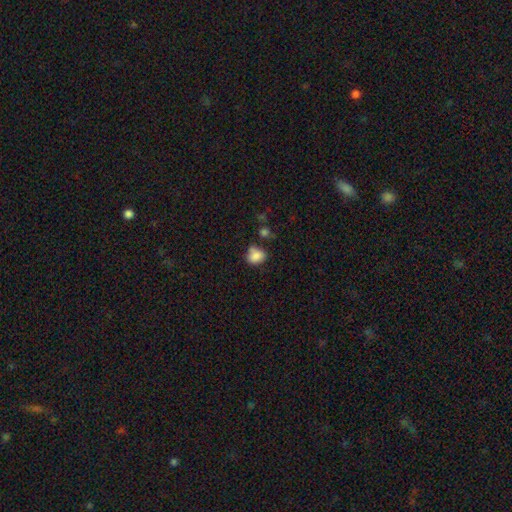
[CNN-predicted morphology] Overall: smooth (83%). How rounded: round (56%; in between 43%). Merging: none (55%; minor disturbance 27%).